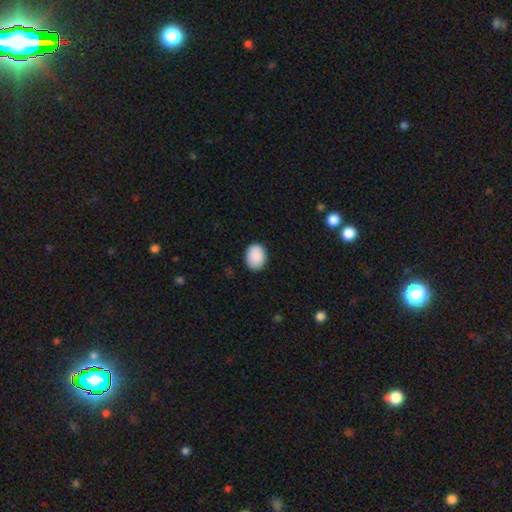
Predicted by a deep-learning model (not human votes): The model was most divided on "how rounded": in between: 57%, round: 42%, cigar-shaped: 1%. More confident: smooth or featured — smooth (90%); merging — none (88%).